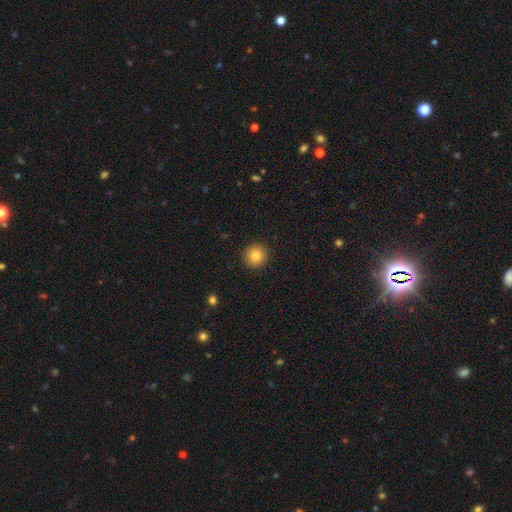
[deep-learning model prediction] Smooth or featured: smooth — 85% (star or artifact — 10%)
How rounded: round — 92% (in between — 7%)
Merging: none — 91% (minor disturbance — 6%)